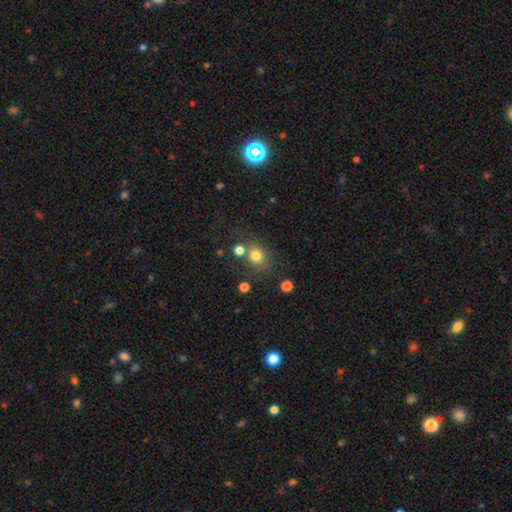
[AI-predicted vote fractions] A smooth galaxy with no disk features (76%) that is round (74%).

Vote fractions:
- Smooth or featured? smooth: 76% / star or artifact: 14% / featured or disk: 9%
- How rounded? round: 74% / in between: 25% / cigar-shaped: 1%
- Merging? none: 60% / merger: 20% / minor disturbance: 13% / major disturbance: 7%